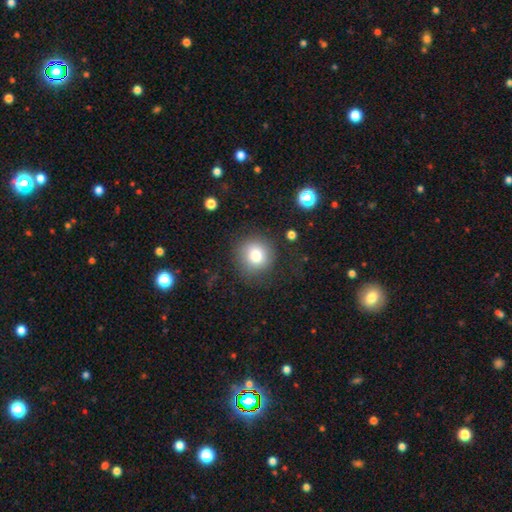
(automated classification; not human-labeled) The model was most divided on "merging": none: 78%, minor disturbance: 14%, major disturbance: 7%, merger: 2%. More confident: how rounded — round (91%); smooth or featured — smooth (78%).